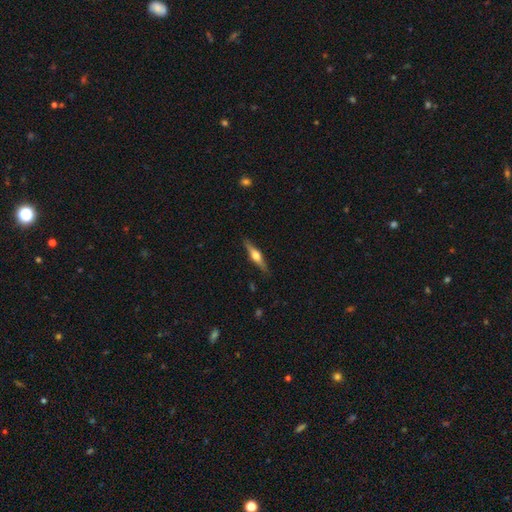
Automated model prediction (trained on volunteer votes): smooth-or-featured: featured or disk: 67% | smooth: 28% | star or artifact: 5%
  disk-edge-on: yes: 97% | no: 3%
    edge-on-bulge: rounded: 93% | boxy: 5% | none: 2%
  merging: none: 88% | minor disturbance: 9% | major disturbance: 2% | merger: 1%